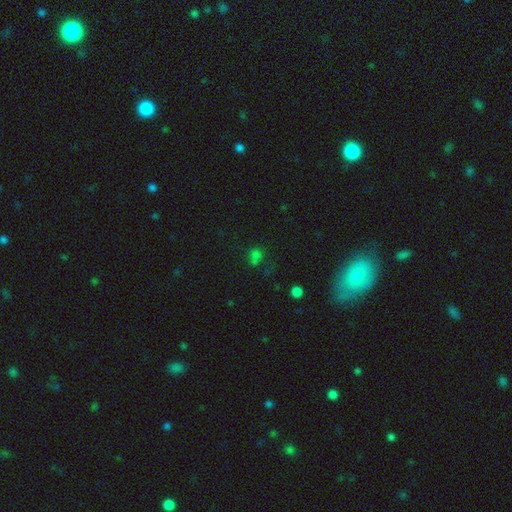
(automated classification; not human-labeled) Morphology: type=smooth (57%); roundness=round (64%); merging=none (48%).